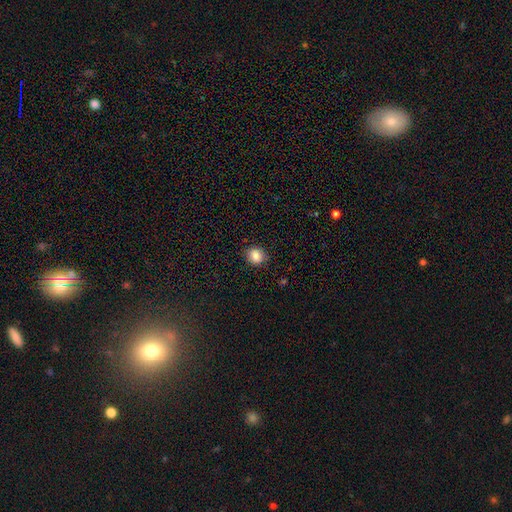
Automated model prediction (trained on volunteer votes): Morphology: type=smooth (84%); roundness=round (76%); merging=none (87%).